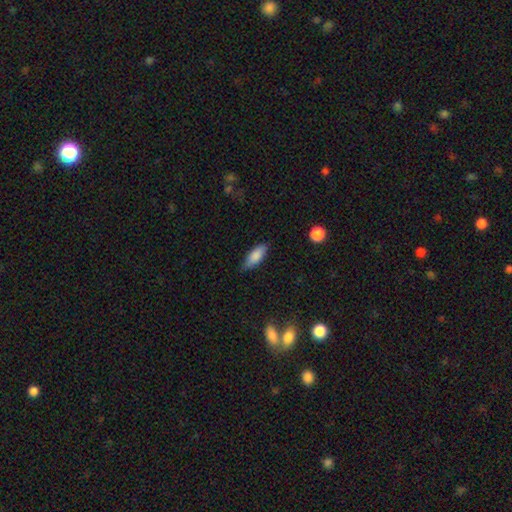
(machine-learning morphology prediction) This appears to be a smooth galaxy with no disk features (83%) that is in between round and cigar-shaped (71%). Merging: none (76%).